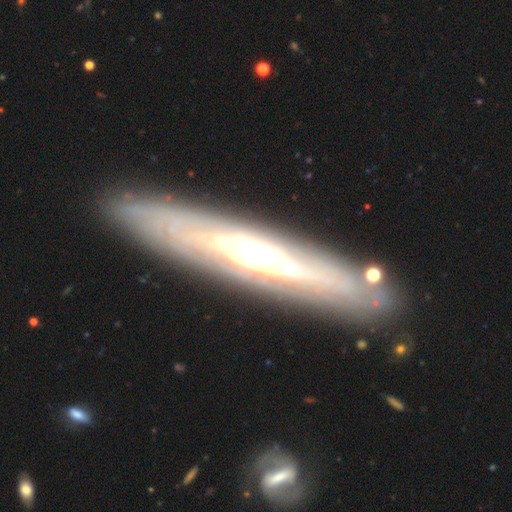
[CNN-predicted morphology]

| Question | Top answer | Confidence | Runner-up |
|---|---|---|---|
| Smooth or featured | featured or disk | 79% | smooth (15%) |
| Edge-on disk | yes | 65% | no (35%) |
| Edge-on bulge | rounded | 75% | none (20%) |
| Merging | none | 86% | minor disturbance (9%) |